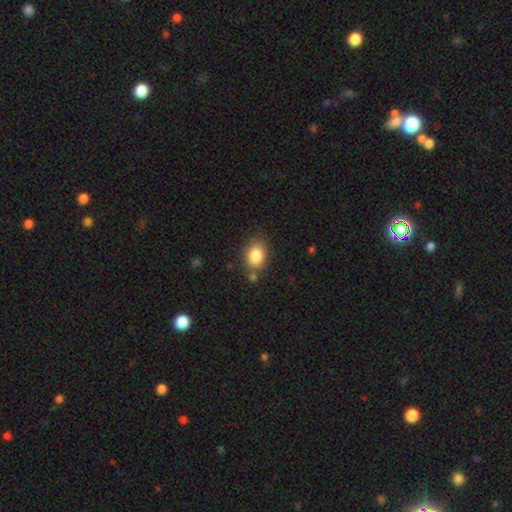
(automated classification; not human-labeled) This is clearly a smooth galaxy (85%). How rounded: likely in between (66%). Merging: likely none (75%).